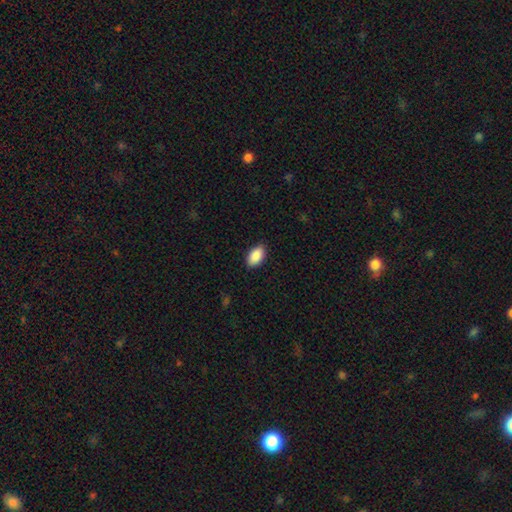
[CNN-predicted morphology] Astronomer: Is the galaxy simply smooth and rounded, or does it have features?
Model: smooth — 89%.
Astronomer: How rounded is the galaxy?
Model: in between — 94%.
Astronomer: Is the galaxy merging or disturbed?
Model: none — 88%.